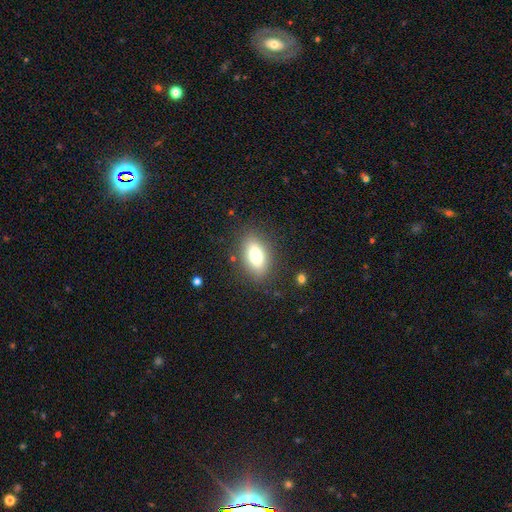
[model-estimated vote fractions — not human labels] Smooth or featured? Predicted: smooth (p=0.75). How rounded? Predicted: in between (p=0.85). Merging? Predicted: none (p=0.84).